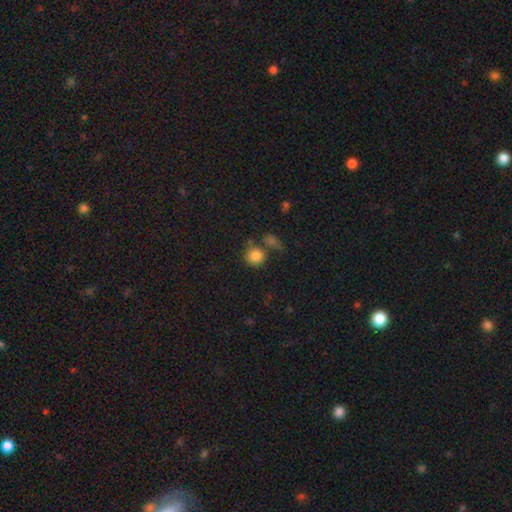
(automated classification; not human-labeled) A smooth galaxy with no disk features (83%) that is round (89%). Merging: none (63%).